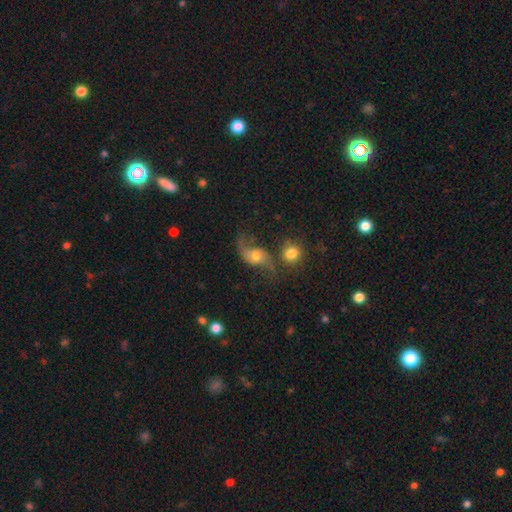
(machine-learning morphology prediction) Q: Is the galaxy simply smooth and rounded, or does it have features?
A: featured or disk — 68%.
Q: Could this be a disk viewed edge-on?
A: no — 95%.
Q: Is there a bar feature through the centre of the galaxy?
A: no — 66%.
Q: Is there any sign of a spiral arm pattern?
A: yes — 91%.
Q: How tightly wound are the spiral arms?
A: loose — 87%.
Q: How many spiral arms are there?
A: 2 — 85%.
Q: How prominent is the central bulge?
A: moderate — 56%.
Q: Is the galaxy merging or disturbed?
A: none — 46%.